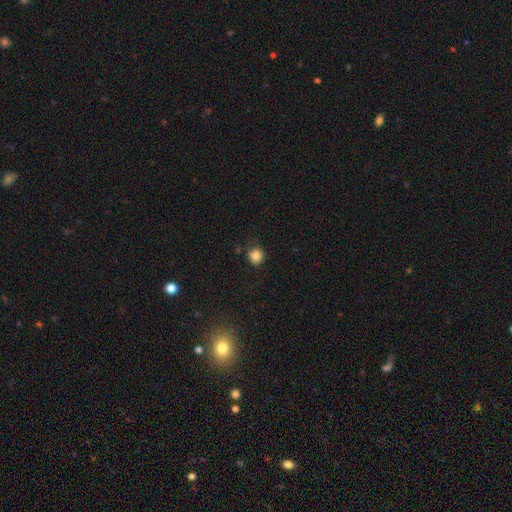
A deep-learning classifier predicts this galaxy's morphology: The model was most divided on "merging": none: 81%, minor disturbance: 13%, major disturbance: 3%, merger: 3%. More confident: how rounded — round (88%); smooth or featured — smooth (84%).